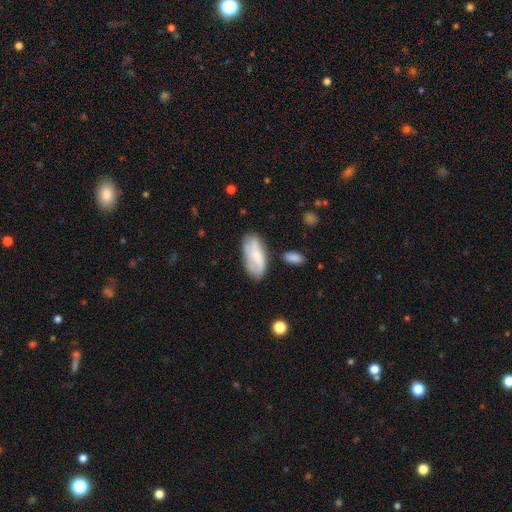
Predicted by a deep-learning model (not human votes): Overall: smooth (52%; featured or disk 41%). How rounded: in between (87%). Merging: none (63%).